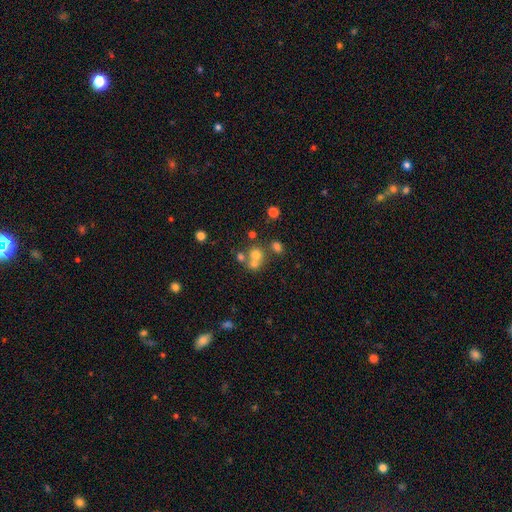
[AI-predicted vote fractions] This is likely a smooth galaxy (65%). How rounded: clearly round (82%). Merging: possibly merger (45%).